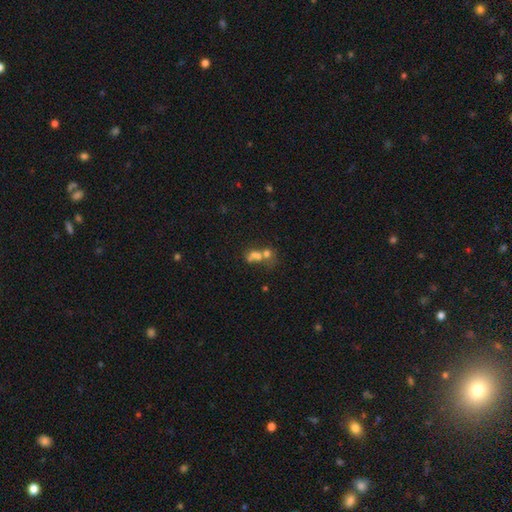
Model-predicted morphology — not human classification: smooth-or-featured: smooth: 54% | featured or disk: 26% | star or artifact: 20%
  how-rounded: round: 57% | in between: 41% | cigar-shaped: 2%
  merging: merger: 60% | none: 24% | major disturbance: 9% | minor disturbance: 7%